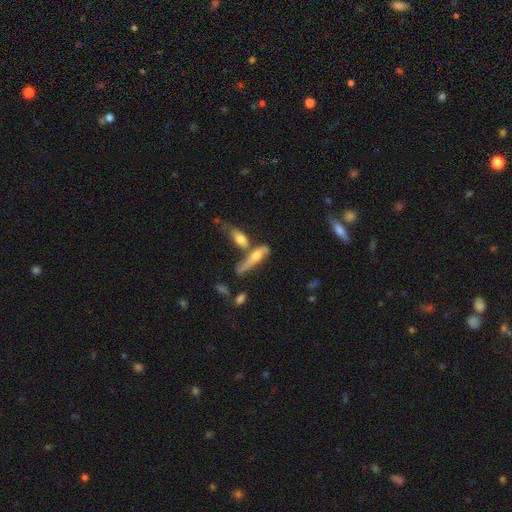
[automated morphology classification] smooth_or_featured: smooth (p=0.51) [alt: featured or disk p=0.41]
how_rounded: cigar-shaped (p=0.53) [alt: in between p=0.43]
merging: merger (p=0.49) [alt: none p=0.24]